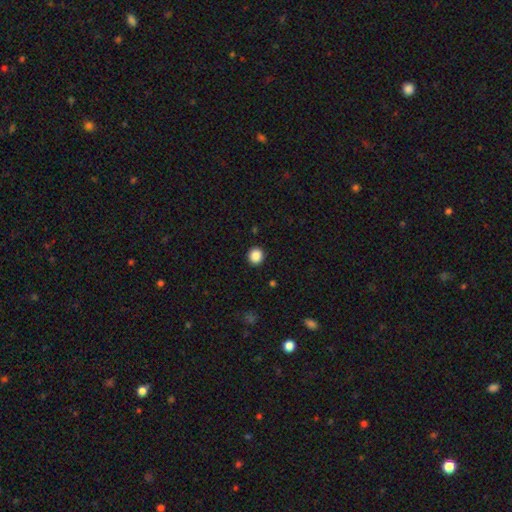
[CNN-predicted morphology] Smooth or featured?
  - smooth: 87% *
  - star or artifact: 10%
  - featured or disk: 3%
How rounded?
  - round: 88% *
  - in between: 11%
  - cigar-shaped: 1%
Merging?
  - none: 92% *
  - minor disturbance: 5%
  - major disturbance: 2%
  - merger: 1%